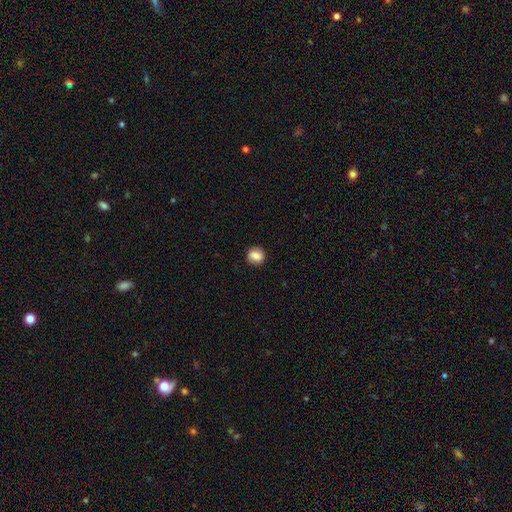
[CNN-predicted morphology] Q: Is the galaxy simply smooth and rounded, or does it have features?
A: smooth — 84%.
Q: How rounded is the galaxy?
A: round — 77%.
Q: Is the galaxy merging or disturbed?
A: none — 89%.